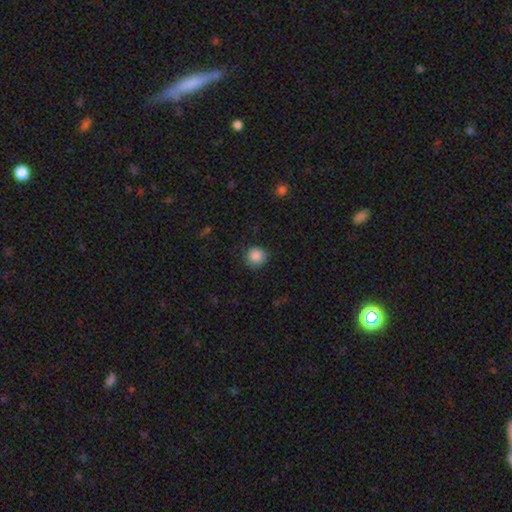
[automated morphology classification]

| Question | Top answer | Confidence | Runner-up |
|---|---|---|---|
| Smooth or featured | smooth | 87% | star or artifact (9%) |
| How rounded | round | 92% | in between (7%) |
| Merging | none | 84% | minor disturbance (12%) |